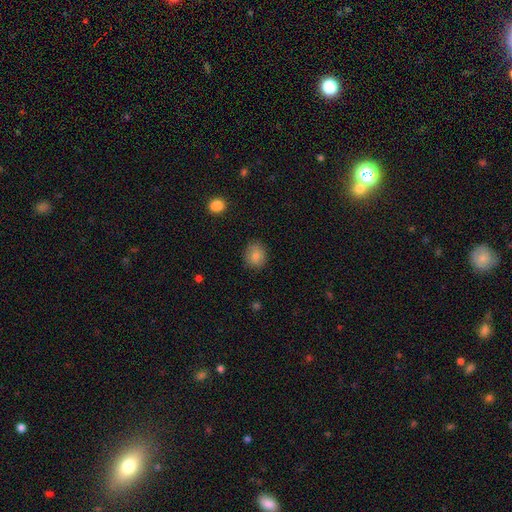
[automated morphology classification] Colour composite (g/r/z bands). It shows a smooth galaxy with no disk features (82%) that is round (67%). Merging: none (85%).